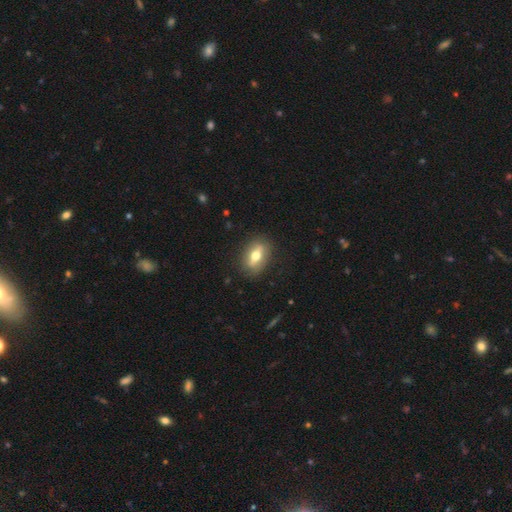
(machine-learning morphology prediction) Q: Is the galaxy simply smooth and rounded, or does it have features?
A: smooth — 51%.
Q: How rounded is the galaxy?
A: in between — 75%.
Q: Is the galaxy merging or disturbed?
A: none — 83%.